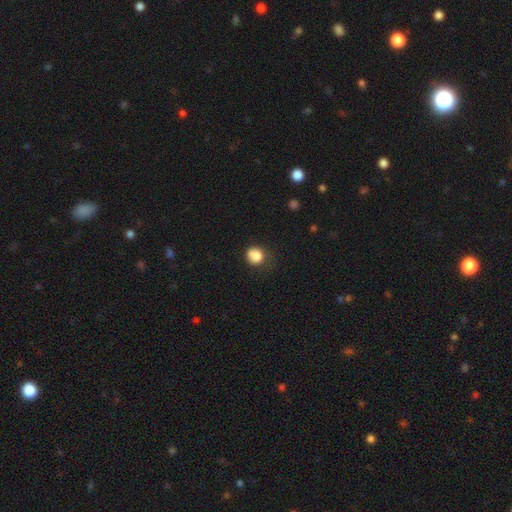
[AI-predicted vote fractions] This appears to be a smooth galaxy with no disk features (84%) that is round (67%). Merging: none (51%).